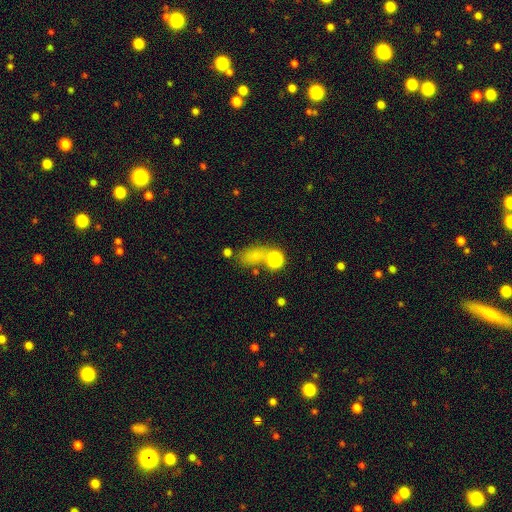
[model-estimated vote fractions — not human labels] Smooth or featured?
  - smooth: 71% *
  - star or artifact: 19%
  - featured or disk: 10%
How rounded?
  - in between: 69% *
  - round: 27%
  - cigar-shaped: 5%
Merging?
  - none: 50% *
  - merger: 24%
  - minor disturbance: 16%
  - major disturbance: 10%